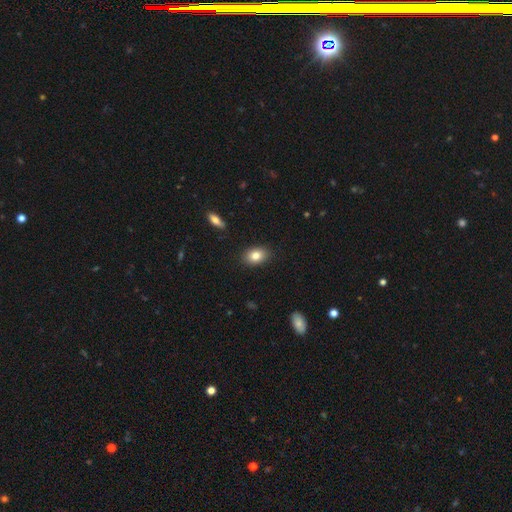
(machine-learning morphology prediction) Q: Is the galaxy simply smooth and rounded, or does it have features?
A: smooth — 82%.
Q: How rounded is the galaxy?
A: in between — 81%.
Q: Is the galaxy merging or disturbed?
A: none — 88%.